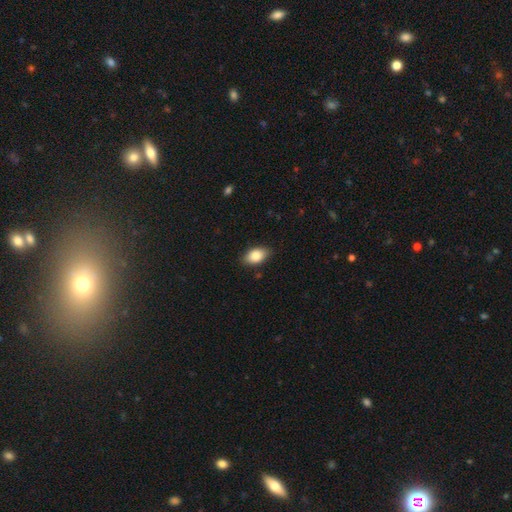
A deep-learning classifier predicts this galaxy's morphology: This is clearly a smooth galaxy (85%). How rounded: clearly in between (90%). Merging: clearly none (85%).